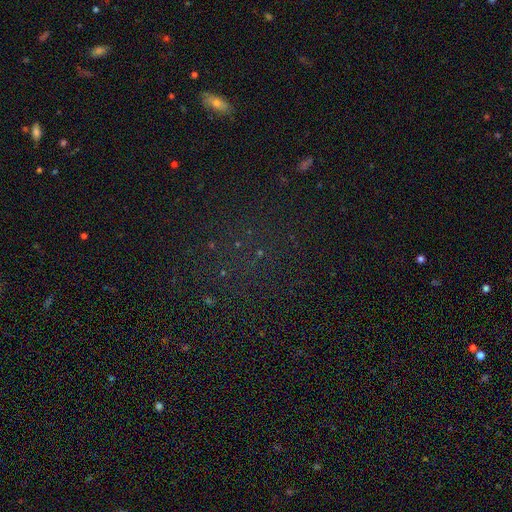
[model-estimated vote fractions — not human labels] Morphology: type=star or artifact (62%).